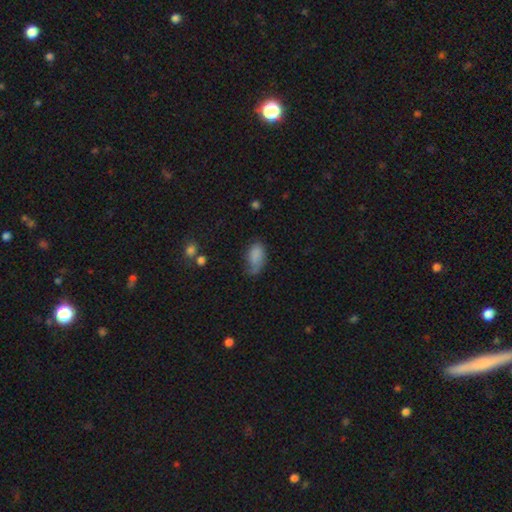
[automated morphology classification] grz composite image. It shows a smooth galaxy with no disk features (80%) that is in between round and cigar-shaped (92%). Merging: none (44%).